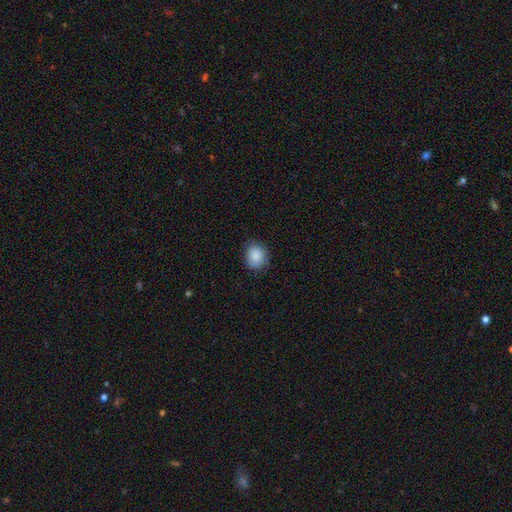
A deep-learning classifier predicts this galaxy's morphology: Overall: smooth (88%). How rounded: round (68%; in between 31%). Merging: none (80%).